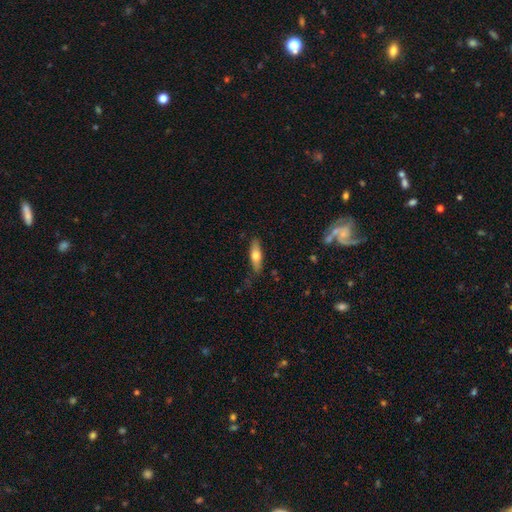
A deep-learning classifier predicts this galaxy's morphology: Smooth or featured?
  - smooth: 60% *
  - featured or disk: 34%
  - star or artifact: 6%
How rounded?
  - cigar-shaped: 57% *
  - in between: 41%
  - round: 2%
Merging?
  - none: 81% *
  - minor disturbance: 15%
  - major disturbance: 3%
  - merger: 2%